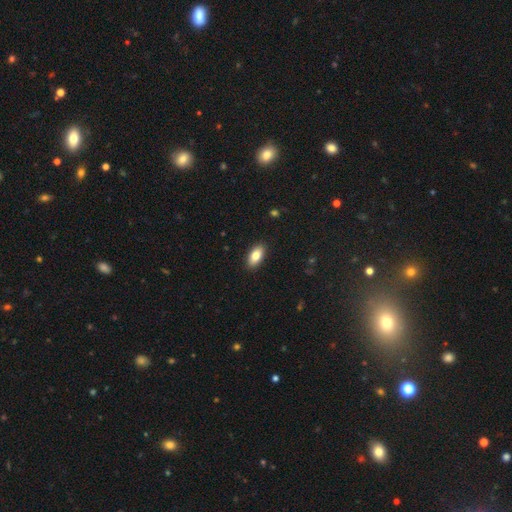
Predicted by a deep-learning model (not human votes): Smooth or featured: smooth — 81% (featured or disk — 12%)
How rounded: in between — 91% (cigar-shaped — 6%)
Merging: none — 90% (minor disturbance — 7%)